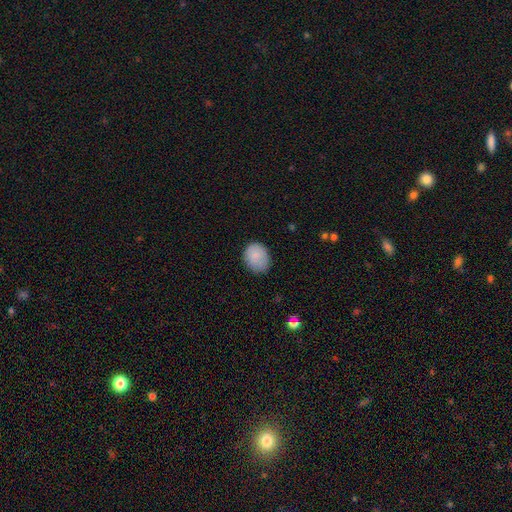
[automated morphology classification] The model was most divided on "how rounded": in between: 52%, round: 47%, cigar-shaped: 1%. More confident: smooth or featured — smooth (87%); merging — none (76%).